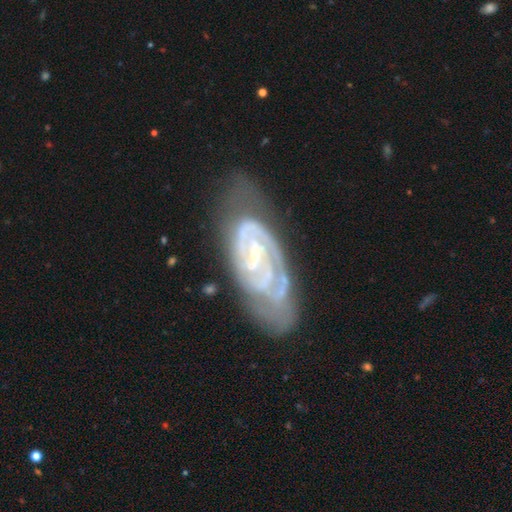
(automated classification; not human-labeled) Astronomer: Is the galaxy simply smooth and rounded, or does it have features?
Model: featured or disk — 87%.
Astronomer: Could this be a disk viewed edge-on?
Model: no — 95%.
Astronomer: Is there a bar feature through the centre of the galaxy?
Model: weak — 41% (runner-up: no, 35%).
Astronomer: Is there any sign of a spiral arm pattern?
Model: yes — 95%.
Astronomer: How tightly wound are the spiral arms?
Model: tight — 65%.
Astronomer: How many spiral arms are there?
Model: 2 — 56%.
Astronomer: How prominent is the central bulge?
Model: small — 76%.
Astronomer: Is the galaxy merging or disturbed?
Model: none — 57%.